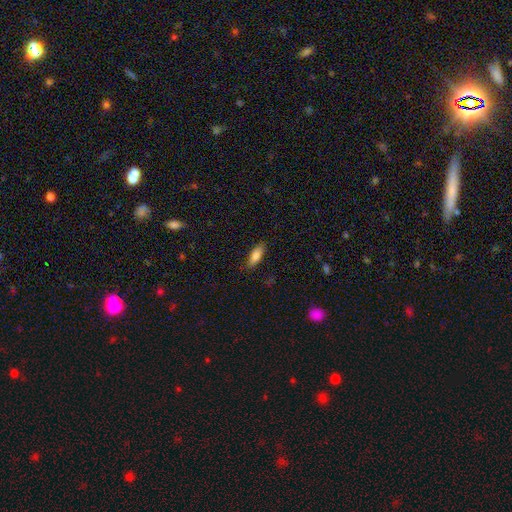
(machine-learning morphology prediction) A smooth galaxy with no disk features (82%) that is in between round and cigar-shaped (72%).

Vote fractions:
- Smooth or featured? smooth: 82% / featured or disk: 11% / star or artifact: 7%
- How rounded? in between: 72% / cigar-shaped: 26% / round: 2%
- Merging? none: 82% / minor disturbance: 14% / major disturbance: 3% / merger: 1%